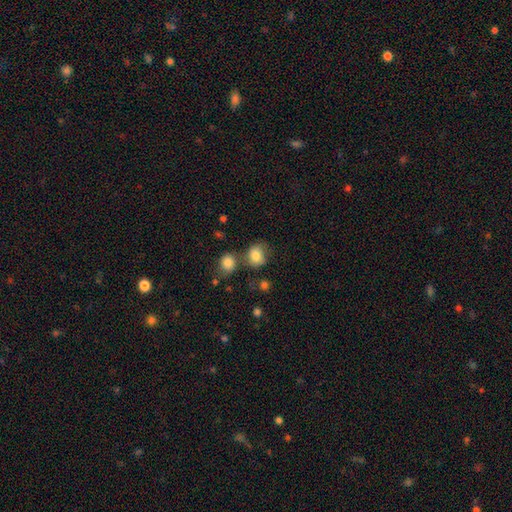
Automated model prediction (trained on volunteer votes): This appears to be a smooth galaxy with no disk features (82%) that is round (63%). Merging: none (55%).